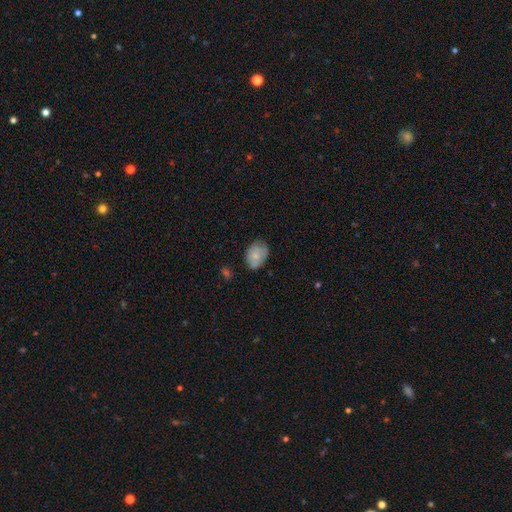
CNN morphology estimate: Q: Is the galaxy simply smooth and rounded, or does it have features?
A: smooth — 73%.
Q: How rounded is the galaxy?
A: in between — 73%.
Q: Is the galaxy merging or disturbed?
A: none — 67%.